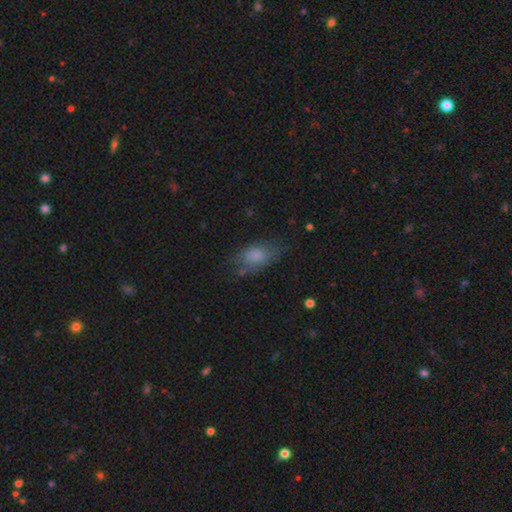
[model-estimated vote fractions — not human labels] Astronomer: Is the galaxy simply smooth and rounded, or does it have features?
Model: smooth — 78%.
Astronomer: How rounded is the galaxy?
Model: in between — 88%.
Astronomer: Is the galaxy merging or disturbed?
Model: none — 57%.